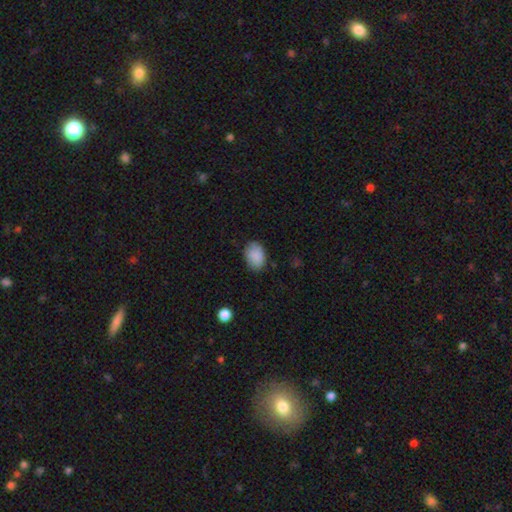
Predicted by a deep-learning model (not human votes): A smooth galaxy with no disk features (88%) that is in between round and cigar-shaped (81%).

Vote fractions:
- Smooth or featured? smooth: 88% / star or artifact: 7% / featured or disk: 4%
- How rounded? in between: 81% / round: 18% / cigar-shaped: 1%
- Merging? none: 81% / minor disturbance: 15% / major disturbance: 3% / merger: 1%